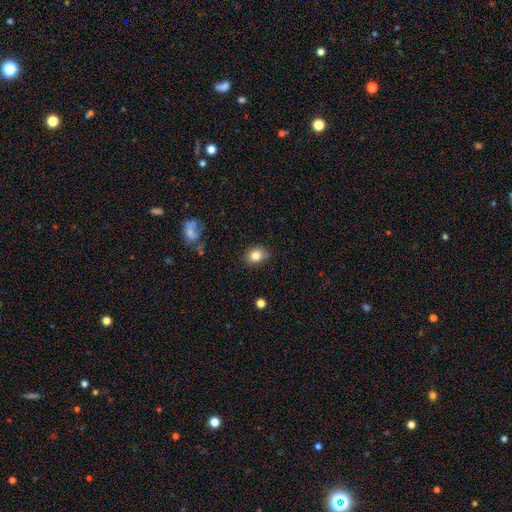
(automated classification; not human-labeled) smooth 82%, star or artifact 10%, featured or disk 8%. Down the decision tree: how rounded — in between (51%); merging — none (83%).